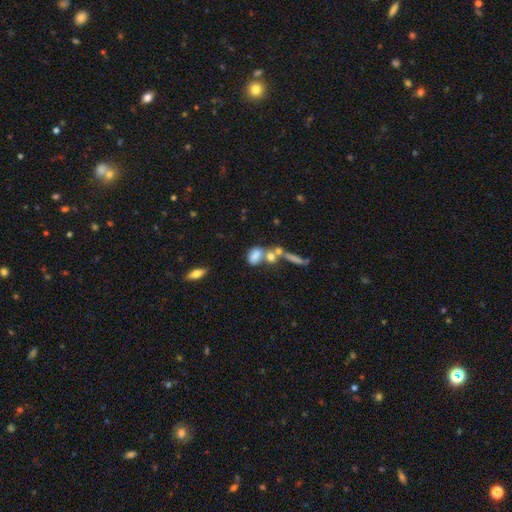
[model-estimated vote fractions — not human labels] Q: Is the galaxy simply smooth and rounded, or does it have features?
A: smooth — 71%.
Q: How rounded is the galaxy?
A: in between — 77%.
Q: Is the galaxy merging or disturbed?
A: merger — 47%.